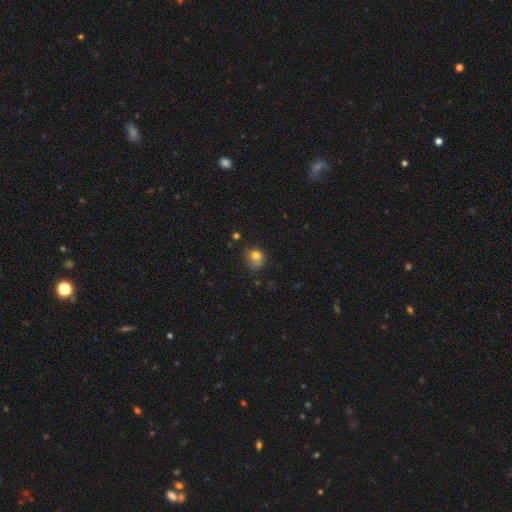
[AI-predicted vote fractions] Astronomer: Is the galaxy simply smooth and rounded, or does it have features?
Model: smooth — 77%.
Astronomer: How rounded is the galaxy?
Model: round — 66%.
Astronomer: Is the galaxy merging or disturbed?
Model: none — 51% (runner-up: minor disturbance, 31%).